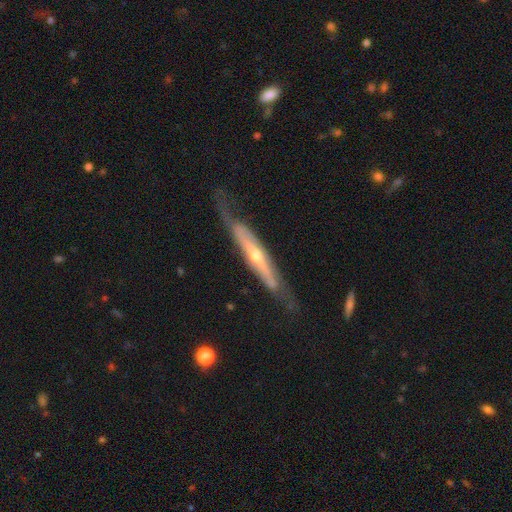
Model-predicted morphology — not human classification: Q: Smooth or featured?
A: featured or disk (80%); runner-up: smooth (14%)
Q: Edge-on disk?
A: yes (70%); runner-up: no (30%)
Q: Edge-on bulge?
A: rounded (72%); runner-up: none (23%)
Q: Merging?
A: none (65%); runner-up: minor disturbance (23%)